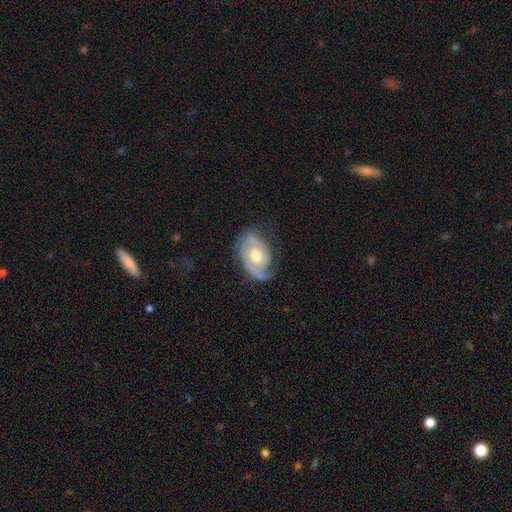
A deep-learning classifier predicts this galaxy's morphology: Smooth or featured: featured or disk — 79% (smooth — 16%)
Edge-on disk: no — 96% (yes — 4%)
Bar: no — 71% (weak — 24%)
Spiral arms: yes — 88% (no — 12%)
Spiral winding: tight — 46% (medium — 37%)
Spiral arm count: 2 — 55% (1 — 23%)
Bulge size: moderate — 73% (large — 17%)
Merging: none — 60% (minor disturbance — 25%)